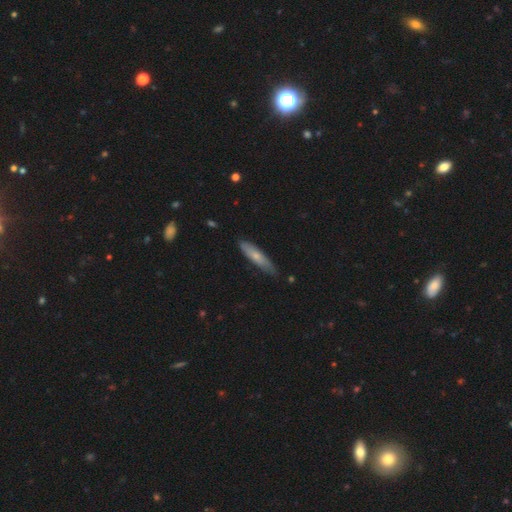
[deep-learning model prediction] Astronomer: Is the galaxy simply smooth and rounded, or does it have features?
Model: smooth — 62%.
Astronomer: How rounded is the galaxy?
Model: cigar-shaped — 77%.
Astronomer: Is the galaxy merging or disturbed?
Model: none — 72%.